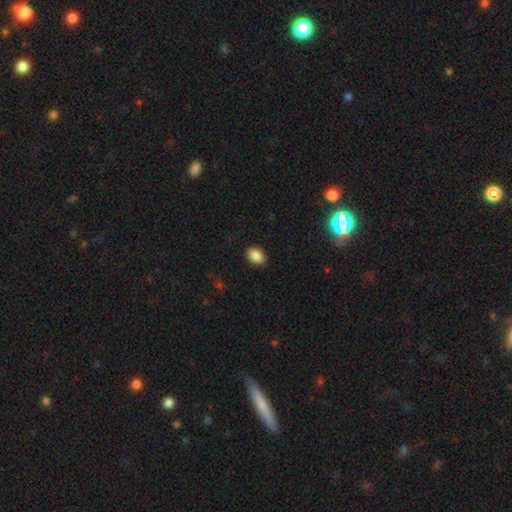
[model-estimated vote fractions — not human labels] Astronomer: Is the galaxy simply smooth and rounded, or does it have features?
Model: smooth — 87%.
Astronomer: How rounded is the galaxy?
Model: in between — 84%.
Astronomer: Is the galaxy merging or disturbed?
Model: none — 87%.